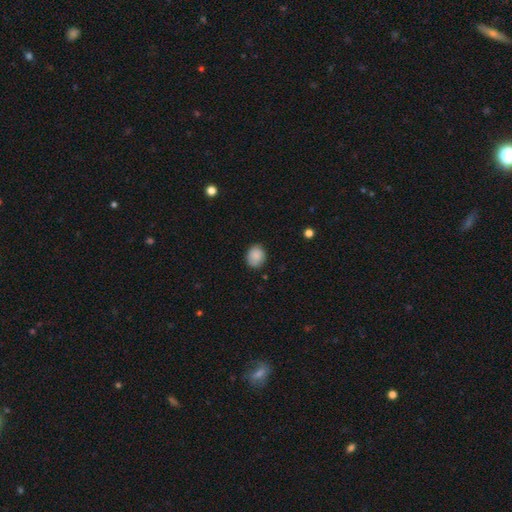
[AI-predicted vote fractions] Smooth or featured: smooth — 86% (star or artifact — 8%)
How rounded: round — 68% (in between — 31%)
Merging: none — 82% (minor disturbance — 14%)